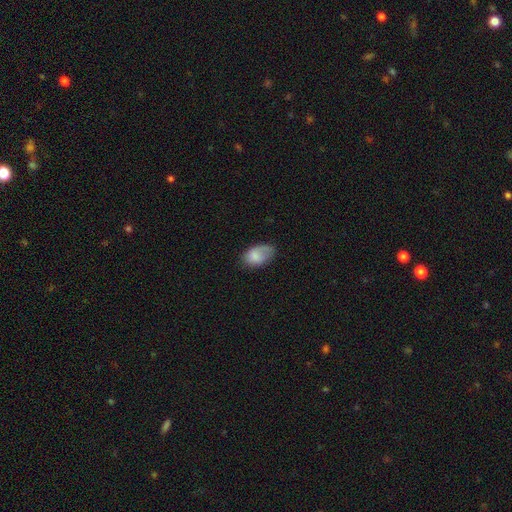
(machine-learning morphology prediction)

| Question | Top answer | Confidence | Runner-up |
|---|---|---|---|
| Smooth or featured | smooth | 79% | featured or disk (13%) |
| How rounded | in between | 91% | round (8%) |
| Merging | none | 56% | minor disturbance (30%) |